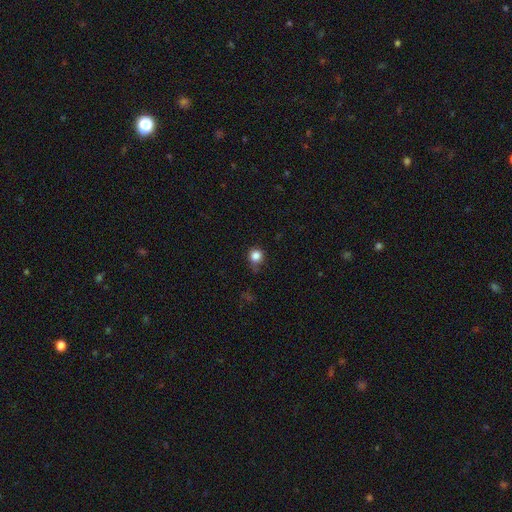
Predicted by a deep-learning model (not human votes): Overall: smooth (84%). How rounded: round (88%). Merging: none (64%; minor disturbance 26%).